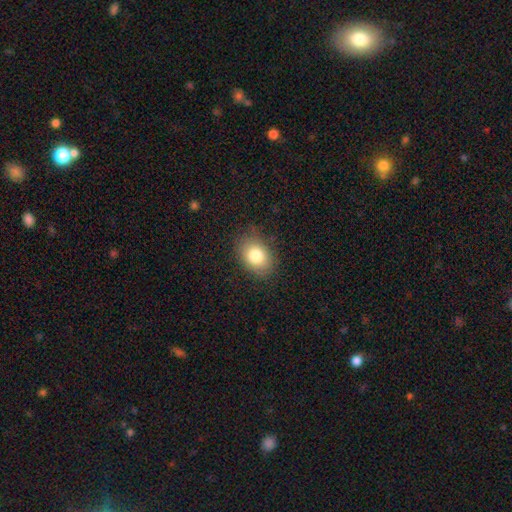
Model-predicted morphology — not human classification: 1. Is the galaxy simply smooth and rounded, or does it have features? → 81% smooth, 10% featured or disk, 9% star or artifact.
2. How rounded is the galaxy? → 69% in between, 30% round, 1% cigar-shaped.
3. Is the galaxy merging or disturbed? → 80% none, 15% minor disturbance, 4% major disturbance, 1% merger.